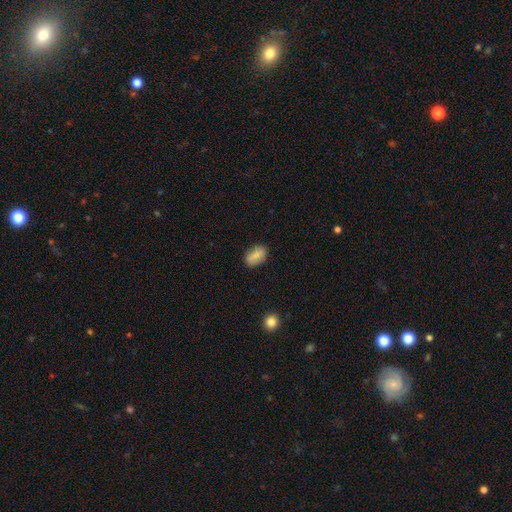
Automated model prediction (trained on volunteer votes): smooth-or-featured: smooth: 81% | featured or disk: 11% | star or artifact: 7%
  how-rounded: in between: 89% | round: 8% | cigar-shaped: 2%
  merging: none: 82% | minor disturbance: 14% | major disturbance: 3% | merger: 1%